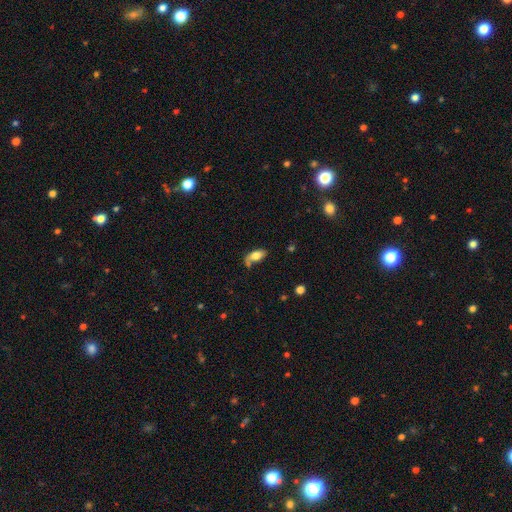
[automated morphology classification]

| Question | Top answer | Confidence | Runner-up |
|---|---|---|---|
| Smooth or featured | smooth | 73% | featured or disk (19%) |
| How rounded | in between | 89% | cigar-shaped (7%) |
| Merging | none | 48% | minor disturbance (24%) |